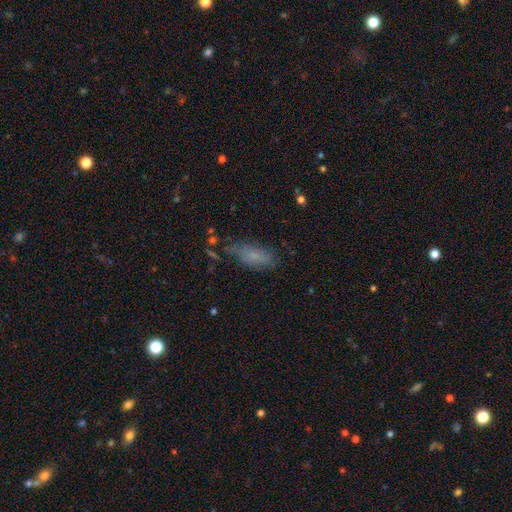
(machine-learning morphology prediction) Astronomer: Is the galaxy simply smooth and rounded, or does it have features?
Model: smooth — 55%.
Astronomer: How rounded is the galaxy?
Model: in between — 70%.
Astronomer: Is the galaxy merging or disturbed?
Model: none — 66%.